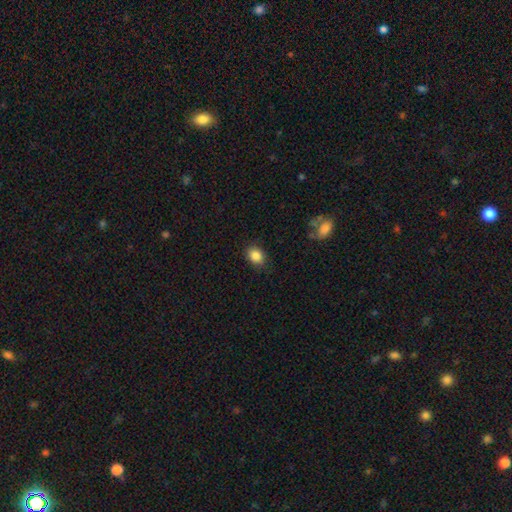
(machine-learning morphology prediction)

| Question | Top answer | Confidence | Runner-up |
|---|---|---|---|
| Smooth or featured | smooth | 86% | star or artifact (9%) |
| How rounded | in between | 62% | round (37%) |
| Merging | none | 84% | minor disturbance (12%) |